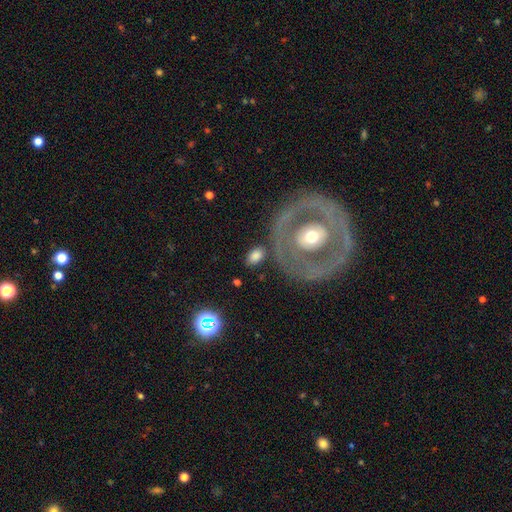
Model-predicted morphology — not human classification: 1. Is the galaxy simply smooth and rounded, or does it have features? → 70% smooth, 23% featured or disk, 7% star or artifact.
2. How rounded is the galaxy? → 77% in between, 21% round, 2% cigar-shaped.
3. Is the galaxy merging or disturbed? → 73% none, 12% minor disturbance, 8% major disturbance, 7% merger.